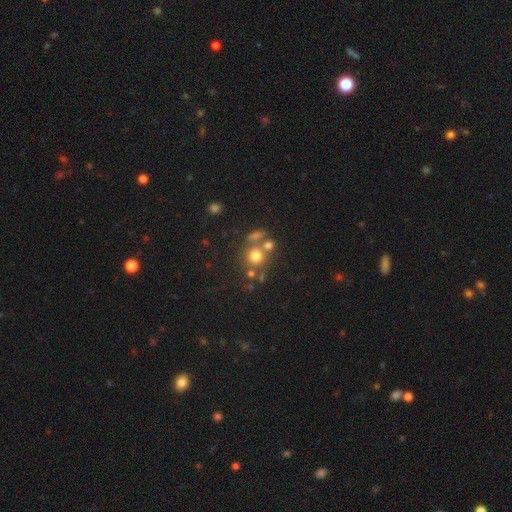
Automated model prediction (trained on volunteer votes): Smooth or featured? Predicted: smooth (p=0.70). How rounded? Predicted: round (p=0.88). Merging? Predicted: none (p=0.59).